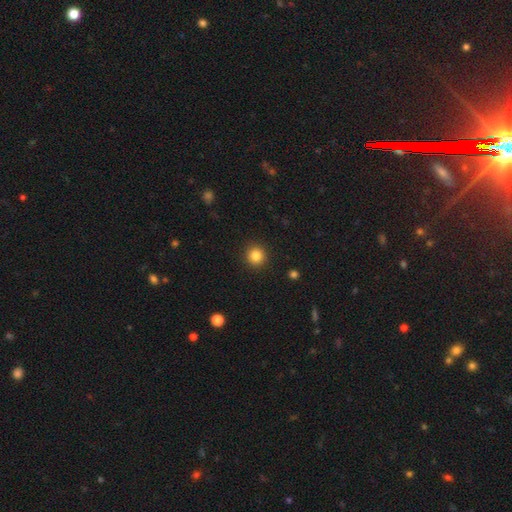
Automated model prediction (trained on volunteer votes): Smooth or featured? smooth (84%)
How rounded? round (94%)
Merging? none (92%)